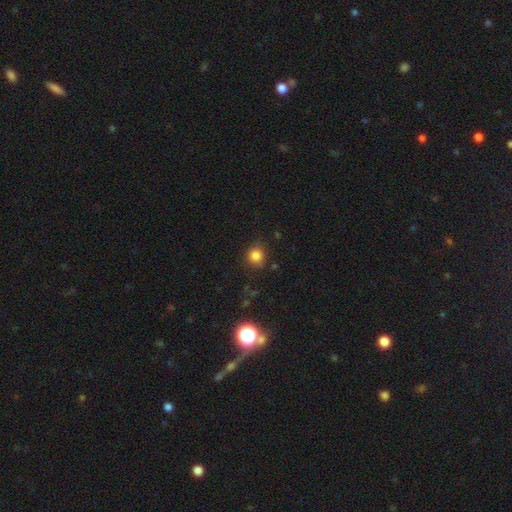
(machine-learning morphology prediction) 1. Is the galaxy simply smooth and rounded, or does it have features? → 82% smooth, 13% star or artifact, 5% featured or disk.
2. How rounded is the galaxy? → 84% round, 15% in between, 1% cigar-shaped.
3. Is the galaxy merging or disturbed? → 80% none, 14% minor disturbance, 4% major disturbance, 2% merger.